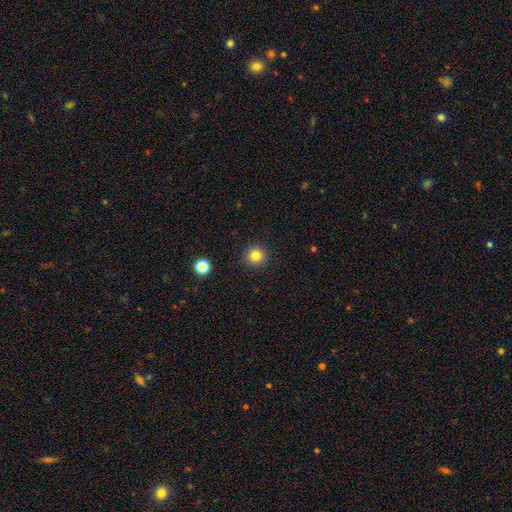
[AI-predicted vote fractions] This appears to be a smooth galaxy with no disk features (83%) that is round (94%). Merging: none (92%).